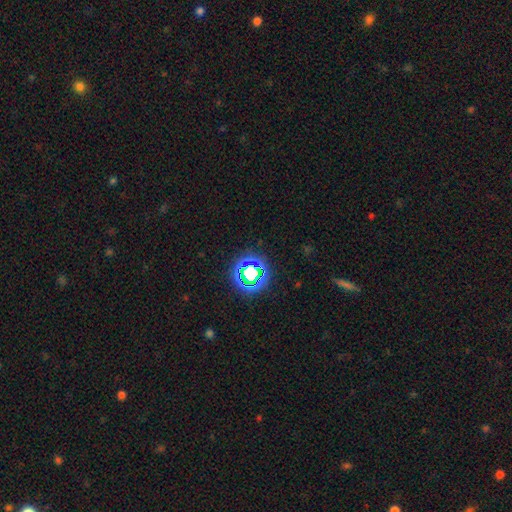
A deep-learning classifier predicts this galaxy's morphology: Q: Smooth or featured?
A: star or artifact (74%); runner-up: smooth (19%)